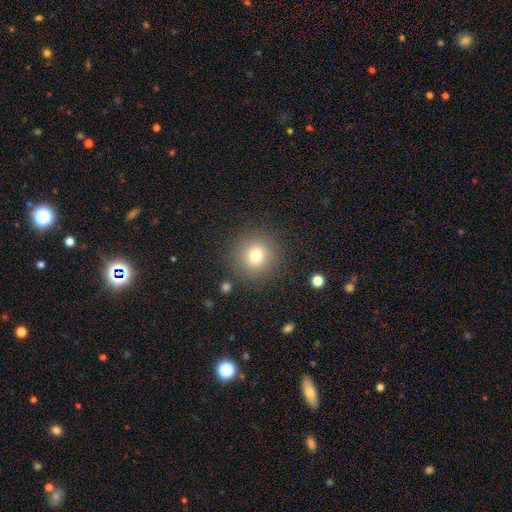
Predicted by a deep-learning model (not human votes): smooth-or-featured: smooth: 74% | star or artifact: 15% | featured or disk: 11%
  how-rounded: round: 95% | in between: 4% | cigar-shaped: 1%
  merging: none: 88% | minor disturbance: 7% | major disturbance: 4% | merger: 2%